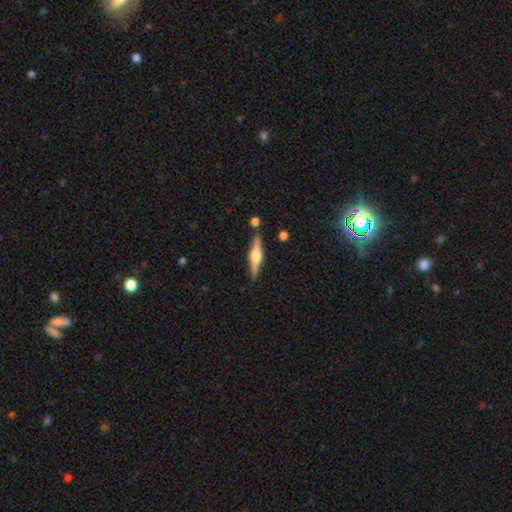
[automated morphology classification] smooth_or_featured: featured or disk (p=0.73) [alt: smooth p=0.21]
disk_edge_on: yes (p=0.98) [alt: no p=0.02]
edge_on_bulge: rounded (p=0.90) [alt: boxy p=0.08]
merging: none (p=0.86) [alt: minor disturbance p=0.08]